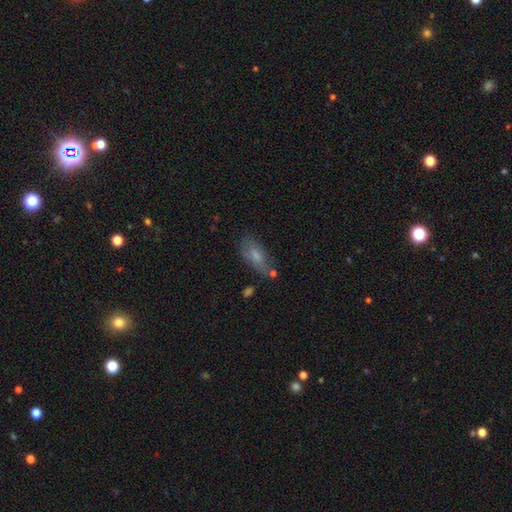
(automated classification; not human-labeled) A smooth galaxy with no disk features (72%) that is in between round and cigar-shaped (79%). Merging: none (58%).